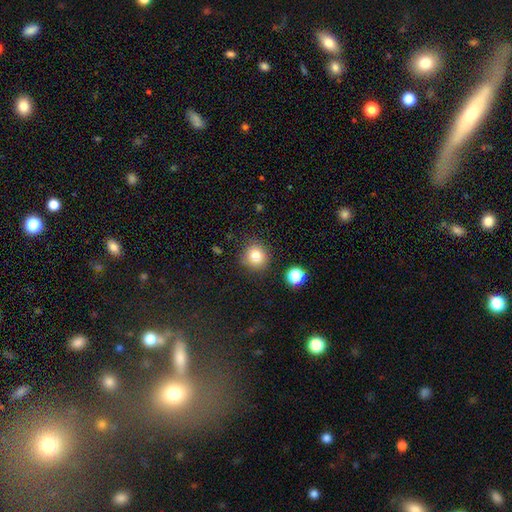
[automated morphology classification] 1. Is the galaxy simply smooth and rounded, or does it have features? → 82% smooth, 12% star or artifact, 7% featured or disk.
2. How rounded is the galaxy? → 90% round, 9% in between, 1% cigar-shaped.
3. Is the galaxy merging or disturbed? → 85% none, 10% minor disturbance, 3% merger, 3% major disturbance.